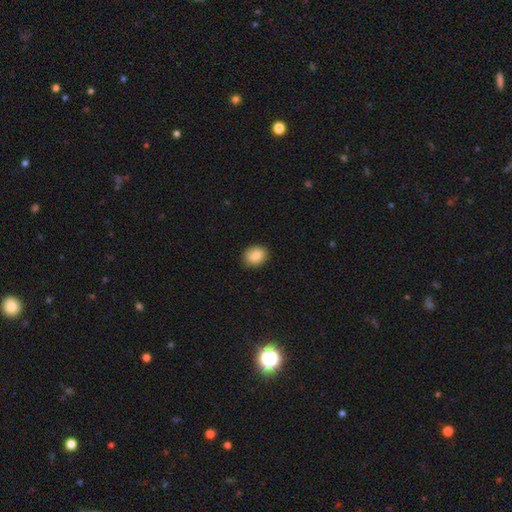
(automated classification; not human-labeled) A smooth galaxy with no disk features (88%) that is round (52%). Merging: none (90%).